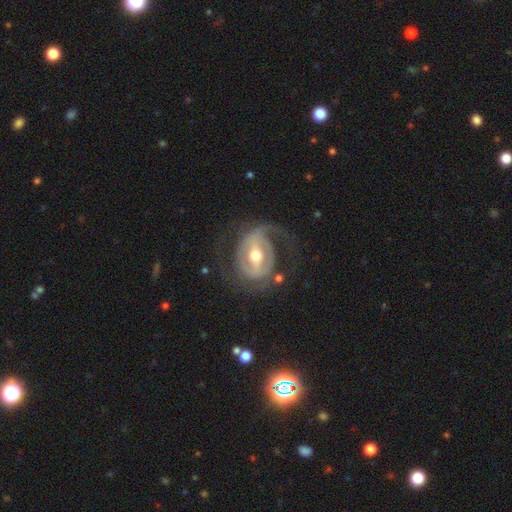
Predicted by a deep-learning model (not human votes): smooth-or-featured: featured or disk: 85% | smooth: 10% | star or artifact: 5%
  disk-edge-on: no: 96% | yes: 4%
    bar: strong: 51% | weak: 37% | no: 13%
    has-spiral-arms: yes: 85% | no: 15%
      spiral-winding: medium: 40% | tight: 34% | loose: 26%
      spiral-arm-count: 2: 58% | 1: 23% | can't tell: 11% | 3: 4% | 4: 2% | more than 4: 2%
    bulge-size: moderate: 73% | small: 16% | large: 8% | dominant: 1% | none: 1%
  merging: none: 57% | major disturbance: 23% | minor disturbance: 17% | merger: 2%